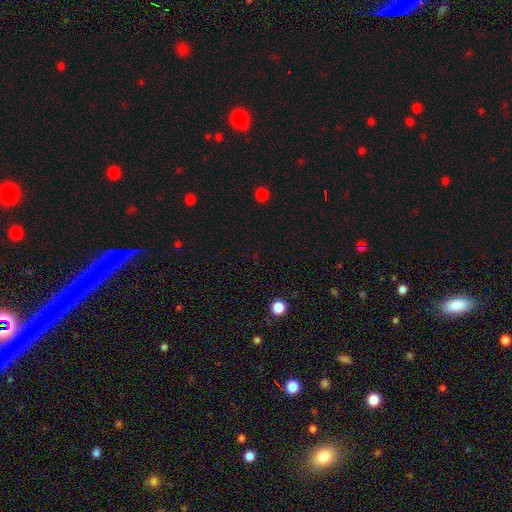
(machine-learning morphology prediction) This is likely a star or artifact rather than a galaxy (61%).